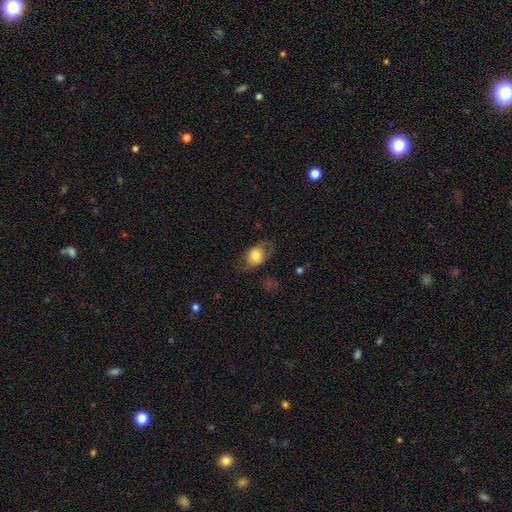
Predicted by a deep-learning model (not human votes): Smooth or featured?
  - smooth: 68% *
  - featured or disk: 24%
  - star or artifact: 7%
How rounded?
  - in between: 74% *
  - round: 24%
  - cigar-shaped: 2%
Merging?
  - none: 66% *
  - minor disturbance: 21%
  - major disturbance: 12%
  - merger: 1%